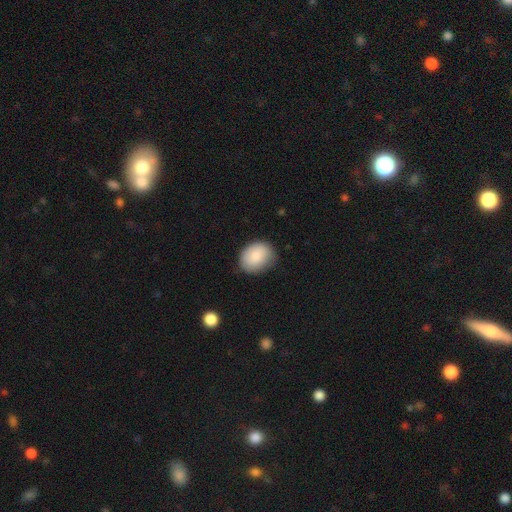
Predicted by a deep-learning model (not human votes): Smooth or featured: smooth — 85% (featured or disk — 8%)
How rounded: in between — 60% (round — 39%)
Merging: none — 77% (minor disturbance — 18%)